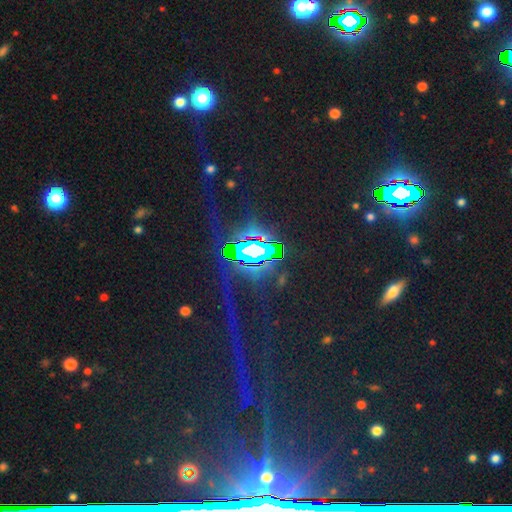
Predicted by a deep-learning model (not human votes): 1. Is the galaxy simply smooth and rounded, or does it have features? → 81% star or artifact, 10% featured or disk, 9% smooth.